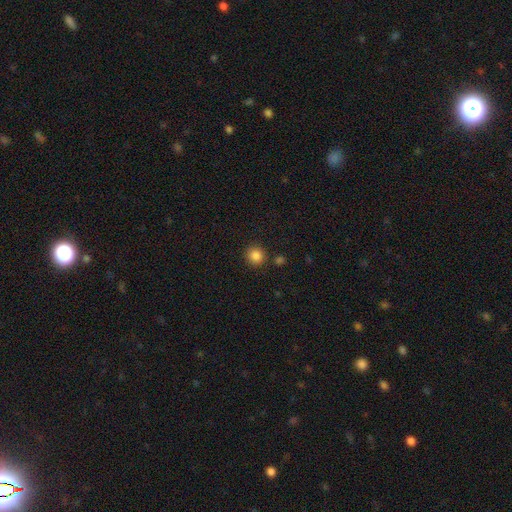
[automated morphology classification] The model was most divided on "smooth or featured": smooth: 85%, star or artifact: 11%, featured or disk: 4%. More confident: how rounded — round (91%); merging — none (86%).